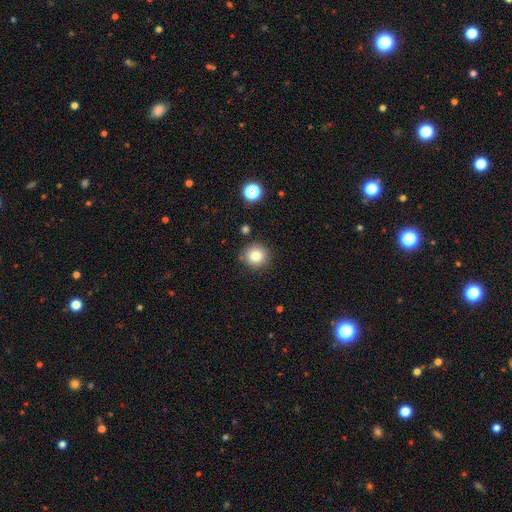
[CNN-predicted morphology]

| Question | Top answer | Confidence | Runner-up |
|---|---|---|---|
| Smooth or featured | smooth | 82% | star or artifact (11%) |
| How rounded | round | 93% | in between (6%) |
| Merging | none | 87% | minor disturbance (8%) |